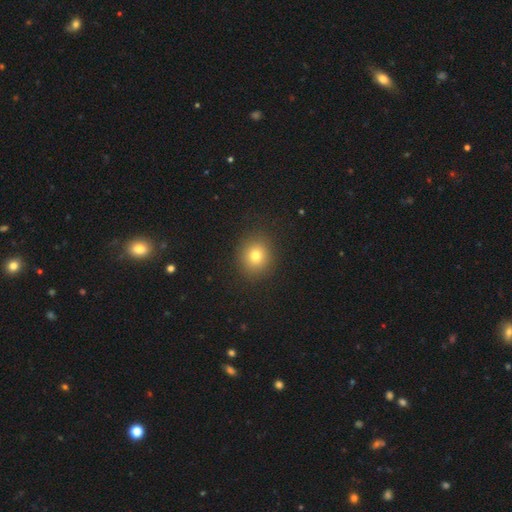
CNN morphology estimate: Smooth or featured? Predicted: smooth (p=0.77). How rounded? Predicted: round (p=0.85). Merging? Predicted: none (p=0.90).